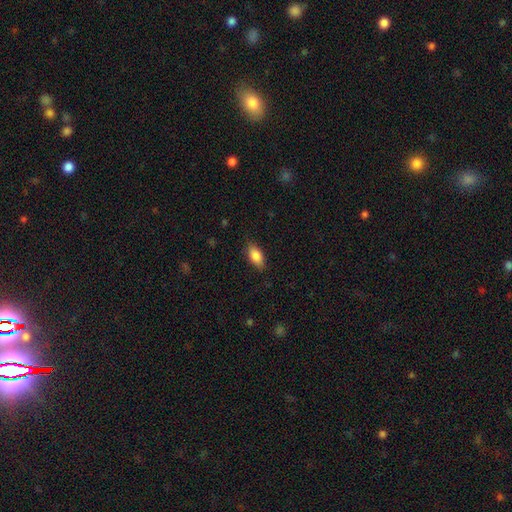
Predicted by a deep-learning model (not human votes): smooth-or-featured: smooth: 85% | featured or disk: 8% | star or artifact: 7%
  how-rounded: in between: 88% | cigar-shaped: 8% | round: 4%
  merging: none: 84% | minor disturbance: 12% | major disturbance: 3% | merger: 1%